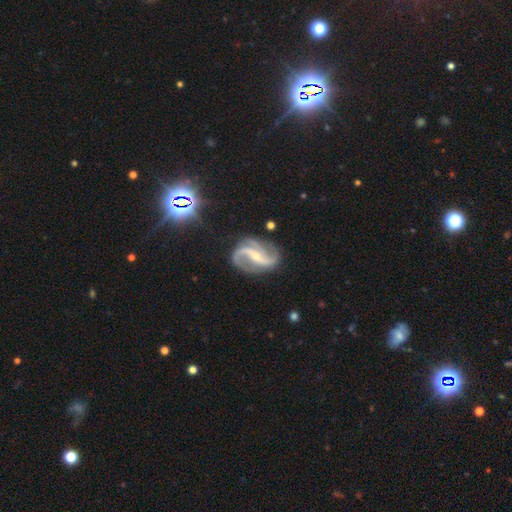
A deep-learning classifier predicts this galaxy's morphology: Smooth or featured?
  - featured or disk: 91% *
  - star or artifact: 6%
  - smooth: 4%
Edge-on disk?
  - no: 97% *
  - yes: 3%
Bar?
  - strong: 49% *
  - weak: 31%
  - no: 20%
Spiral arms?
  - yes: 98% *
  - no: 2%
Spiral winding?
  - loose: 47% *
  - medium: 41%
  - tight: 12%
Spiral arm count?
  - 2: 80% *
  - 3: 9%
  - can't tell: 3%
  - 1: 2%
  - 4: 2%
  - more than 4: 2%
Bulge size?
  - small: 68% *
  - moderate: 27%
  - none: 2%
  - large: 1%
  - dominant: 1%
Merging?
  - none: 75% *
  - minor disturbance: 16%
  - major disturbance: 7%
  - merger: 2%